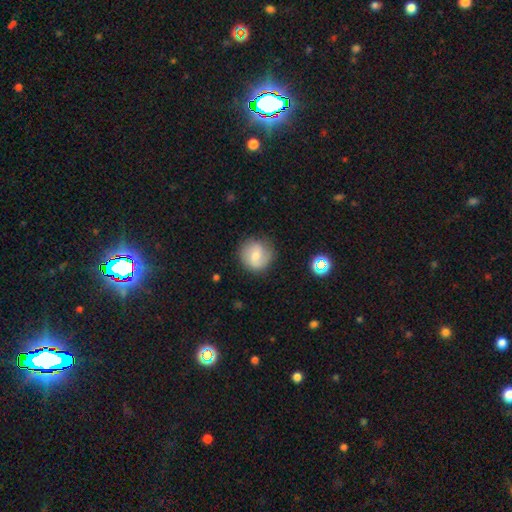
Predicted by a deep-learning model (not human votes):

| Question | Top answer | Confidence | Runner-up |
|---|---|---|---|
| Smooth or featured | smooth | 46% | featured or disk (45%) |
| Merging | none | 80% | minor disturbance (14%) |